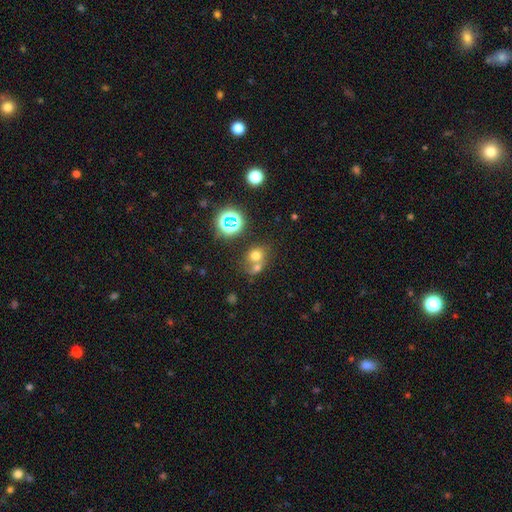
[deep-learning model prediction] This appears to be a smooth galaxy with no disk features (64%) that is round (69%). Merging: merger (45%).